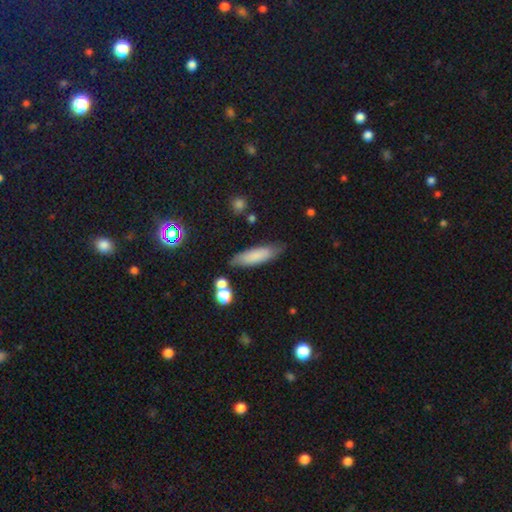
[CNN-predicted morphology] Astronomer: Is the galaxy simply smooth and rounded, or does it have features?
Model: smooth — 79%.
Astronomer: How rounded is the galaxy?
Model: cigar-shaped — 57% (runner-up: in between, 41%).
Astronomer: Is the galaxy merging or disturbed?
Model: none — 77%.